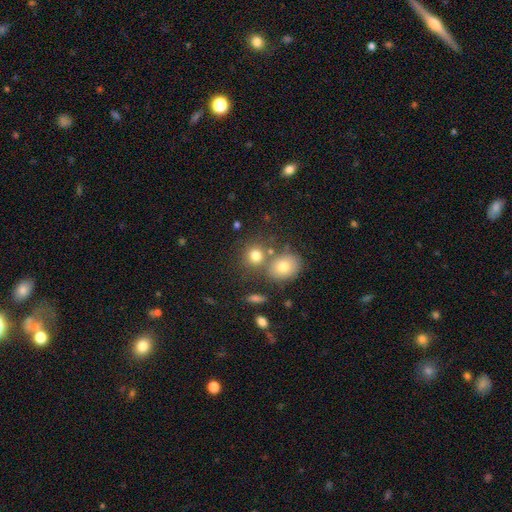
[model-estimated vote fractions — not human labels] This is likely a smooth galaxy (76%). How rounded: likely round (77%). Merging: possibly none (59%).